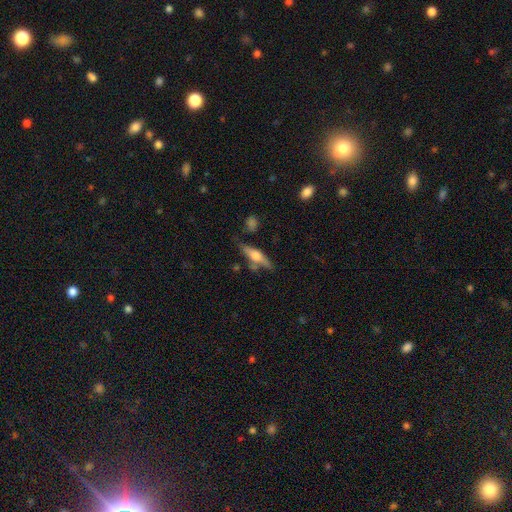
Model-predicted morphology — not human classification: Smooth or featured?
  - featured or disk: 54% *
  - smooth: 39%
  - star or artifact: 7%
Edge-on disk?
  - yes: 91% *
  - no: 9%
Merging?
  - none: 68% *
  - minor disturbance: 18%
  - merger: 8%
  - major disturbance: 5%